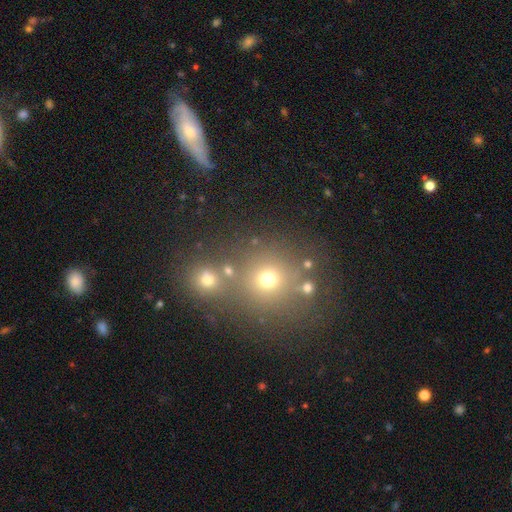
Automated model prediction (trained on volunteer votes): Smooth or featured? smooth (50%)
How rounded? round (85%)
Merging? none (61%)